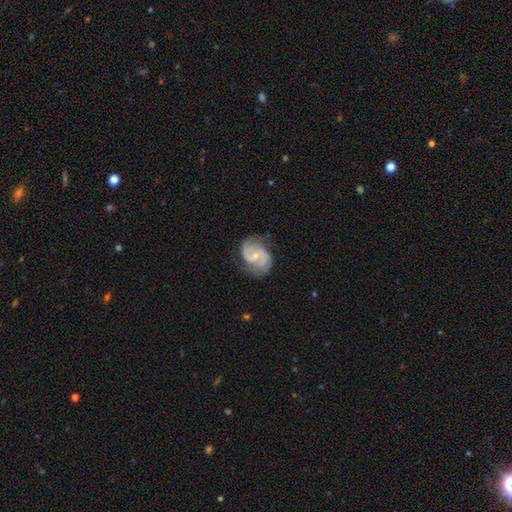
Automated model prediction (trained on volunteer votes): smooth_or_featured: featured or disk (p=0.87) [alt: smooth p=0.08]
disk_edge_on: no (p=0.98) [alt: yes p=0.02]
bar: weak (p=0.49) [alt: no p=0.39]
has_spiral_arms: yes (p=0.97) [alt: no p=0.03]
spiral_winding: medium (p=0.56) [alt: tight p=0.23]
spiral_arm_count: 2 (p=0.87) [alt: can't tell p=0.04]
bulge_size: small (p=0.65) [alt: moderate p=0.29]
merging: none (p=0.72) [alt: minor disturbance p=0.20]